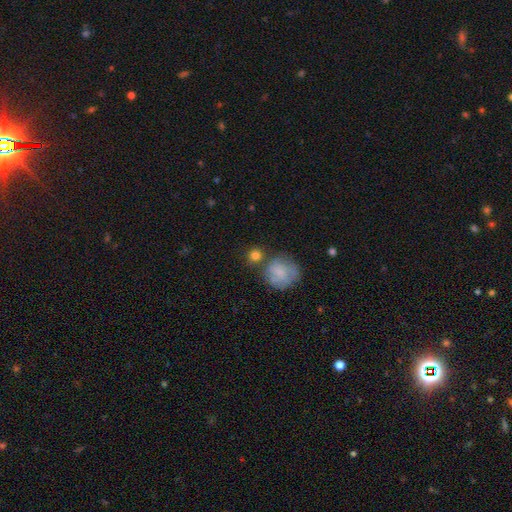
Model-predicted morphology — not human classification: A smooth galaxy with no disk features (77%) that is round (83%). Merging: none (62%).